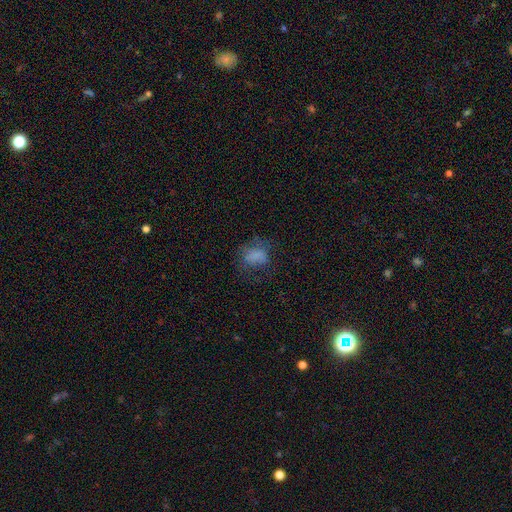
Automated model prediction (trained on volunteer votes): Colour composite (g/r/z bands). It shows a smooth galaxy with no disk features (68%) that is in between round and cigar-shaped (56%). Merging: none (51%).